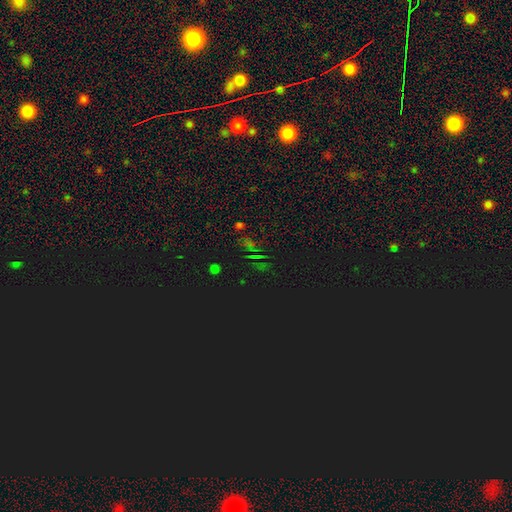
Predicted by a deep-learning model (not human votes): This appears to be a star or artifact, not a galaxy (76%).